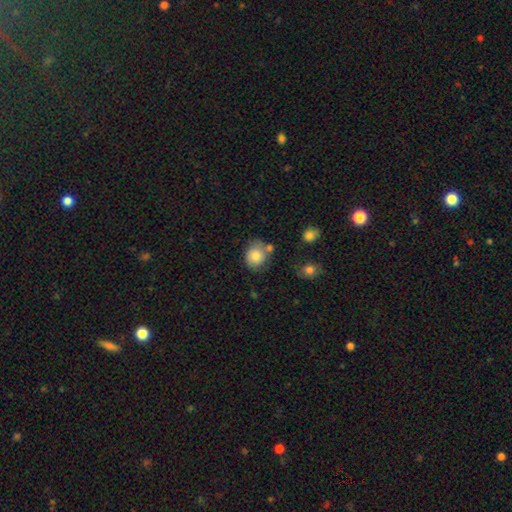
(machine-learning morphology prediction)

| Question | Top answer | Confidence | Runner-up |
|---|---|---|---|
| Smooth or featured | smooth | 81% | featured or disk (11%) |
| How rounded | round | 68% | in between (31%) |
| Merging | none | 63% | minor disturbance (20%) |